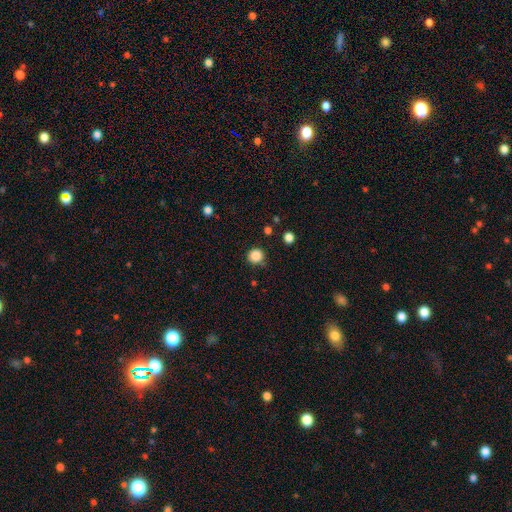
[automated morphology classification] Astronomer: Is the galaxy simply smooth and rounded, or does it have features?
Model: smooth — 85%.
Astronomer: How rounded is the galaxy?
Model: round — 94%.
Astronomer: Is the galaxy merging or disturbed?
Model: none — 85%.